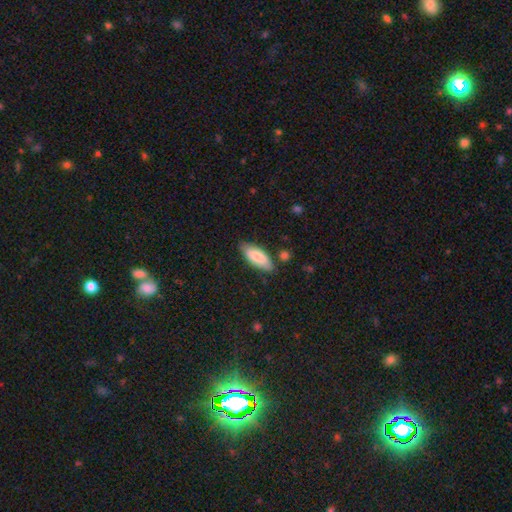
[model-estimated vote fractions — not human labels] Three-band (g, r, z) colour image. It shows a smooth galaxy with no disk features (80%) that is in between round and cigar-shaped (77%). Merging: none (77%).